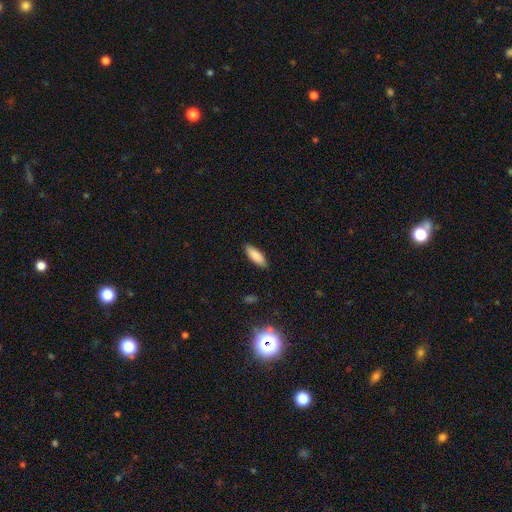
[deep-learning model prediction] Smooth or featured? Predicted: smooth (p=0.88). How rounded? Predicted: in between (p=0.64). Merging? Predicted: none (p=0.89).